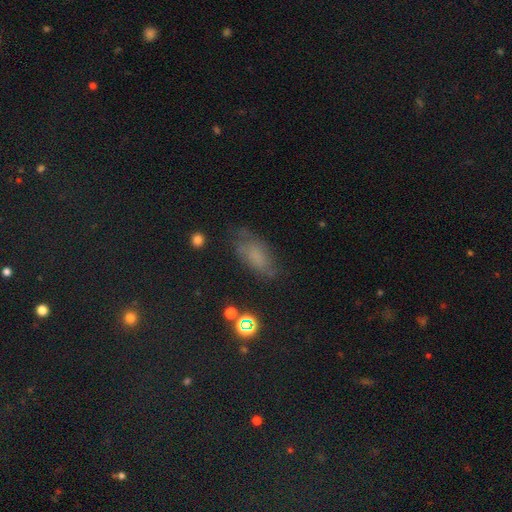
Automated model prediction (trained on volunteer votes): Q: Smooth or featured?
A: smooth (56%); runner-up: featured or disk (23%)
Q: How rounded?
A: in between (82%); runner-up: cigar-shaped (12%)
Q: Merging?
A: none (60%); runner-up: minor disturbance (26%)